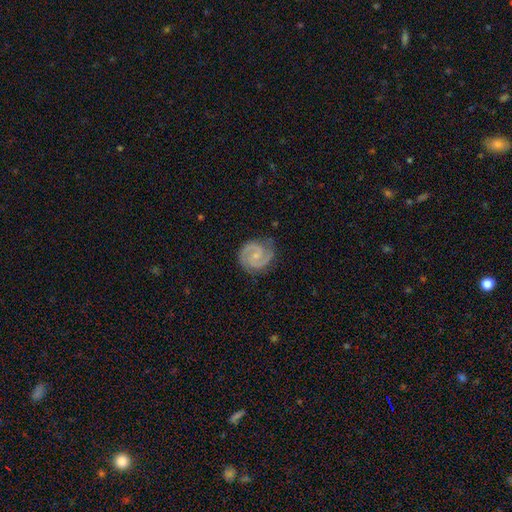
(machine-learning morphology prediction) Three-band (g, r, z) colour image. It shows a featured or disk galaxy (91%) with no bar (54%), 2 (92%) tight (47%, tied with medium) spiral arms (98%) and a small central bulge (66%). Merging: none (81%).